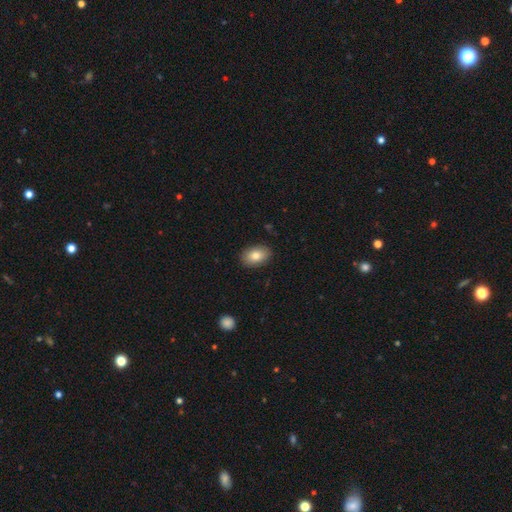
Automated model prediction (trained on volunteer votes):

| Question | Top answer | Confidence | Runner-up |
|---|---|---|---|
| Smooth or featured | smooth | 81% | featured or disk (11%) |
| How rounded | in between | 87% | round (12%) |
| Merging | none | 88% | minor disturbance (9%) |